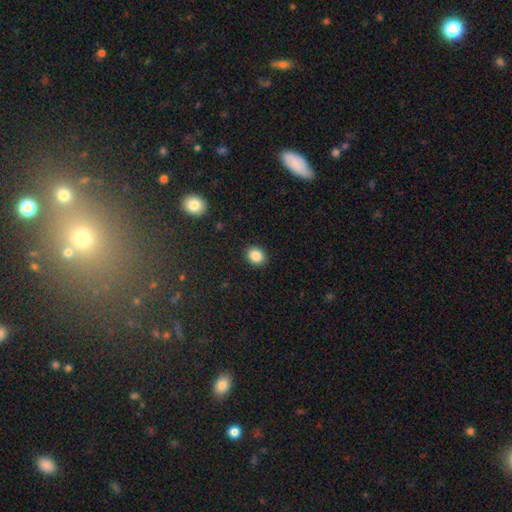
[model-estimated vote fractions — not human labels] This appears to be a smooth galaxy with no disk features (86%) that is round (64%). Merging: none (90%).